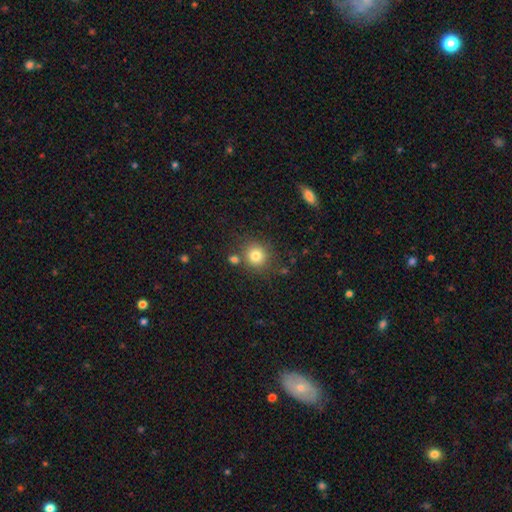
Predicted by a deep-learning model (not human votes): Smooth or featured? smooth (81%)
How rounded? round (89%)
Merging? none (76%)